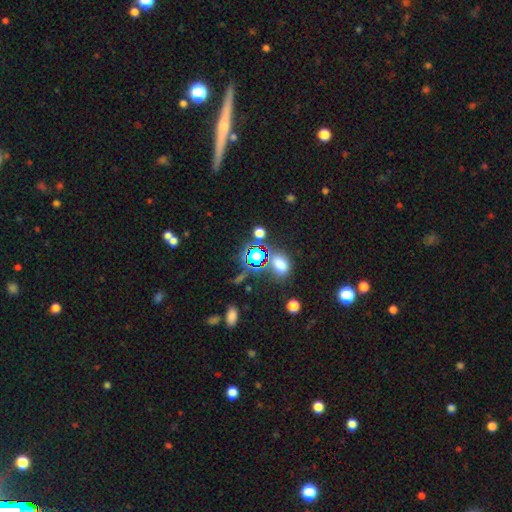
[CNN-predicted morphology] This is possibly a star or artifact rather than a galaxy (57%).